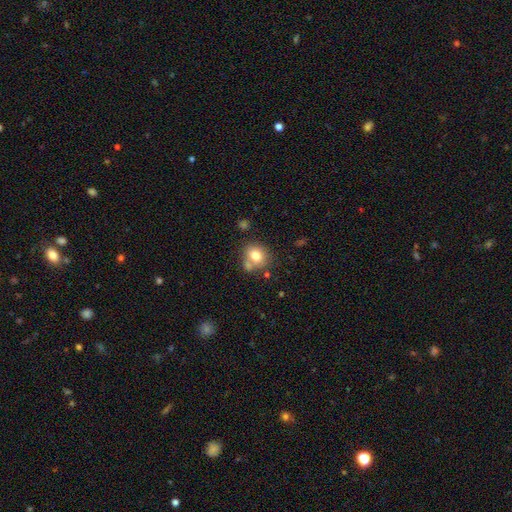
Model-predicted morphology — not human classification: Smooth or featured? Predicted: smooth (p=0.76). How rounded? Predicted: round (p=0.68). Merging? Predicted: none (p=0.60).